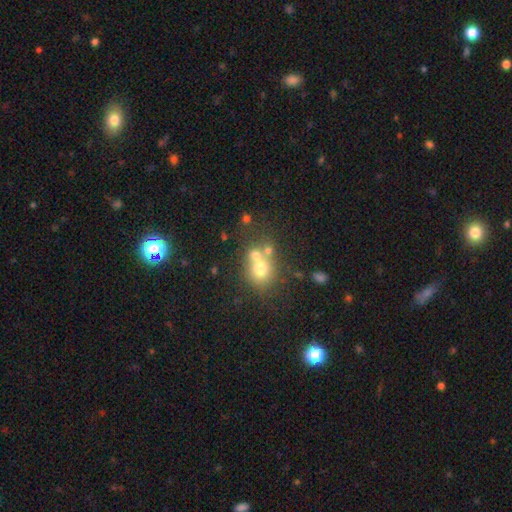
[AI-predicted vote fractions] A smooth galaxy with no disk features (65%) that is round (72%).

Vote fractions:
- Smooth or featured? smooth: 65% / featured or disk: 21% / star or artifact: 14%
- How rounded? round: 72% / in between: 27% / cigar-shaped: 1%
- Merging? merger: 45% / none: 40% / minor disturbance: 9% / major disturbance: 5%